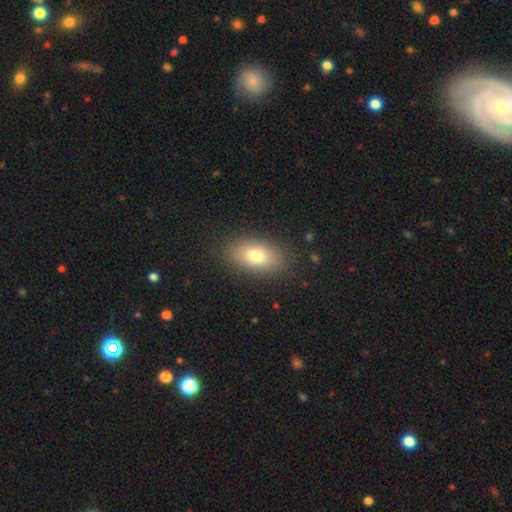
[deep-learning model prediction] Q: Smooth or featured?
A: smooth (75%); runner-up: featured or disk (15%)
Q: How rounded?
A: in between (87%); runner-up: round (10%)
Q: Merging?
A: none (86%); runner-up: minor disturbance (9%)